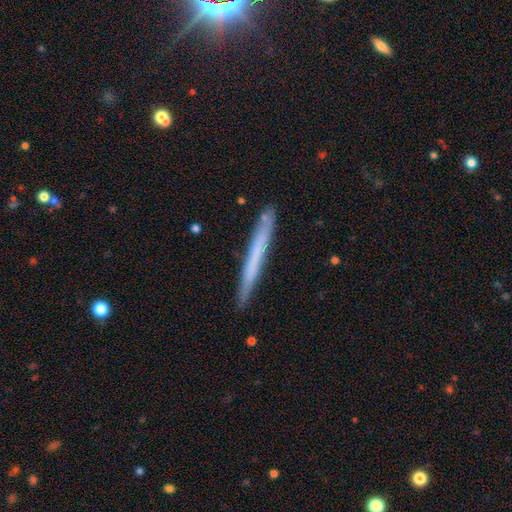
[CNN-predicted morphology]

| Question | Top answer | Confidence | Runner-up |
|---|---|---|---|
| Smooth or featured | smooth | 56% | featured or disk (38%) |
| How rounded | cigar-shaped | 97% | in between (2%) |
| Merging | none | 88% | minor disturbance (9%) |